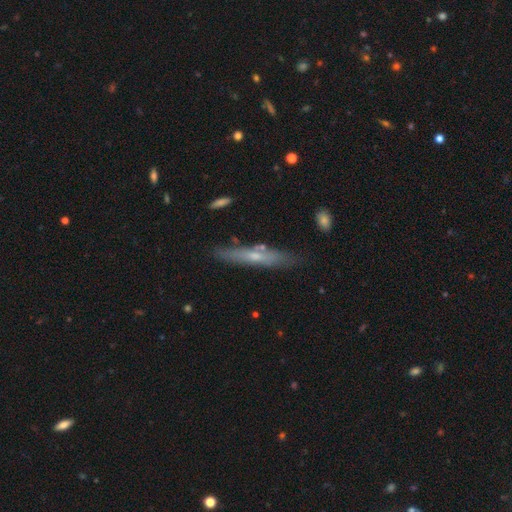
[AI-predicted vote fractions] featured or disk 50%, smooth 43%, star or artifact 7%. Down the decision tree: edge-on disk — yes (83%); merging — none (78%).